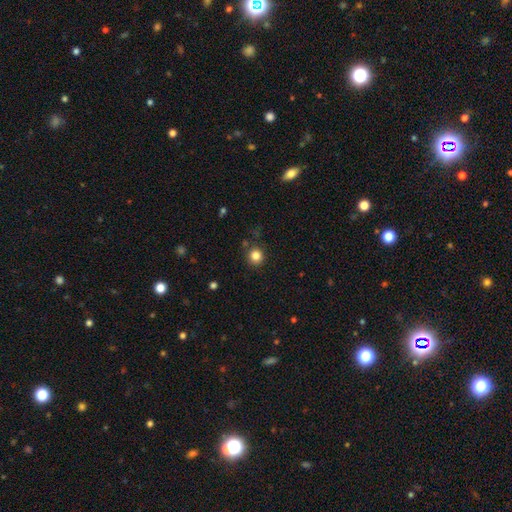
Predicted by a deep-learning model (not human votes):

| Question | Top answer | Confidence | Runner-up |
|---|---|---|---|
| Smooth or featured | smooth | 83% | star or artifact (12%) |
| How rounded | round | 93% | in between (6%) |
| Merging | none | 87% | minor disturbance (8%) |